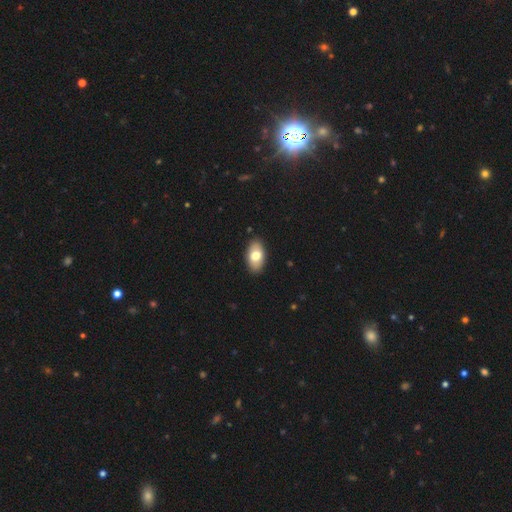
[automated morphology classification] Smooth or featured?
  - smooth: 75% *
  - featured or disk: 19%
  - star or artifact: 6%
How rounded?
  - in between: 94% *
  - round: 4%
  - cigar-shaped: 2%
Merging?
  - none: 89% *
  - minor disturbance: 8%
  - major disturbance: 2%
  - merger: 1%